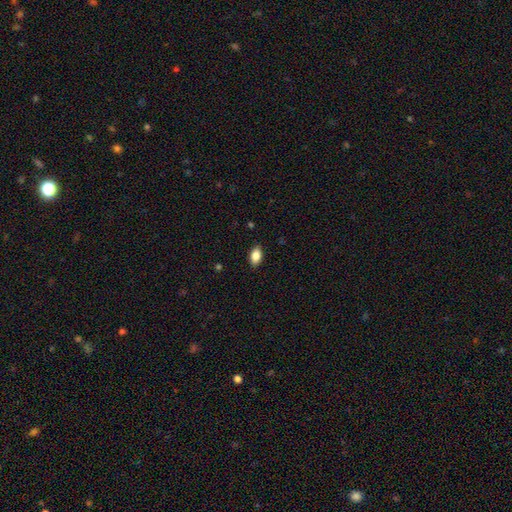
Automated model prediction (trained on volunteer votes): Smooth or featured?
  - smooth: 85% *
  - star or artifact: 8%
  - featured or disk: 7%
How rounded?
  - in between: 91% *
  - round: 6%
  - cigar-shaped: 3%
Merging?
  - none: 88% *
  - minor disturbance: 9%
  - major disturbance: 2%
  - merger: 1%